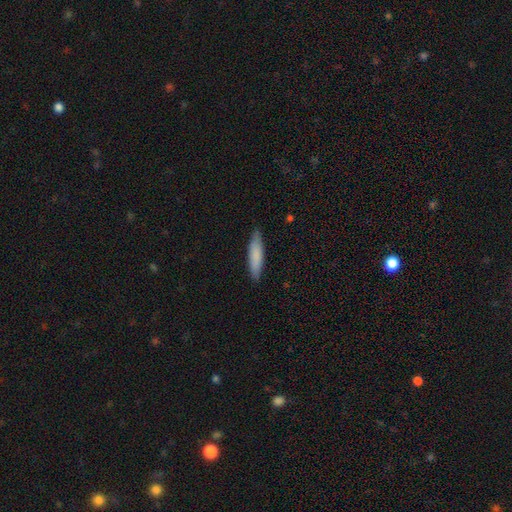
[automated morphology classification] Smooth or featured? Predicted: smooth (p=0.81). How rounded? Predicted: cigar-shaped (p=0.80). Merging? Predicted: none (p=0.88).